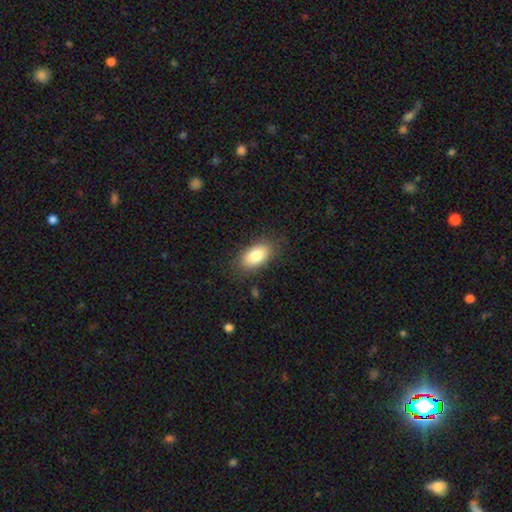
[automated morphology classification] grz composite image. It shows a smooth galaxy with no disk features (83%) that is in between round and cigar-shaped (92%). Merging: none (83%).